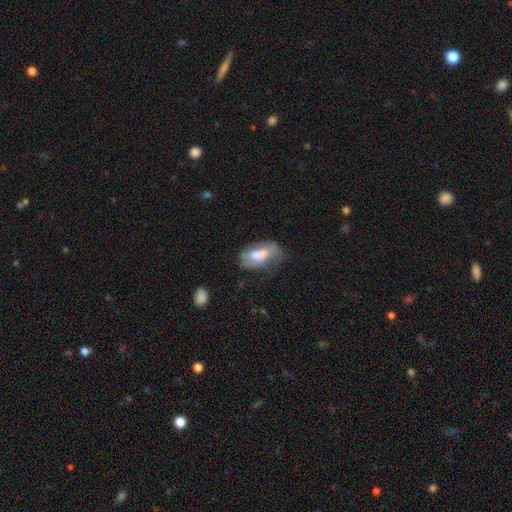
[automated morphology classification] The model was most divided on "merging": none: 37%, minor disturbance: 33%, major disturbance: 23%, merger: 7%. More confident: how rounded — in between (90%); smooth or featured — smooth (56%).